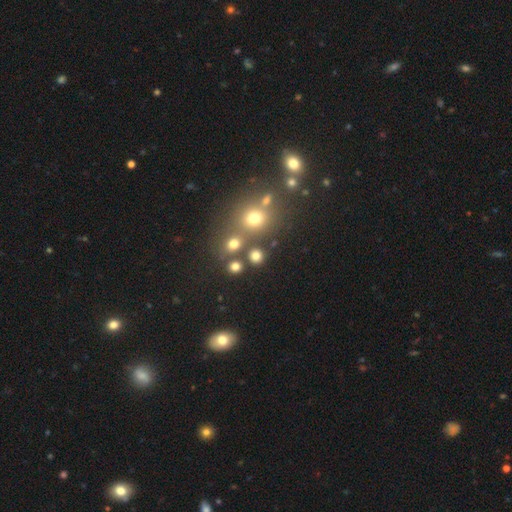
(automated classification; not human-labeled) Q: Smooth or featured?
A: smooth (75%); runner-up: star or artifact (18%)
Q: How rounded?
A: round (87%); runner-up: in between (12%)
Q: Merging?
A: none (74%); runner-up: merger (14%)